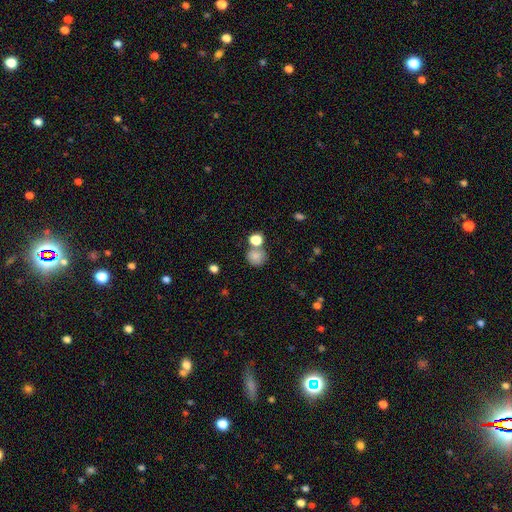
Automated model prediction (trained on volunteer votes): smooth 82%, star or artifact 11%, featured or disk 7%. Down the decision tree: how rounded — round (84%); merging — none (57%).